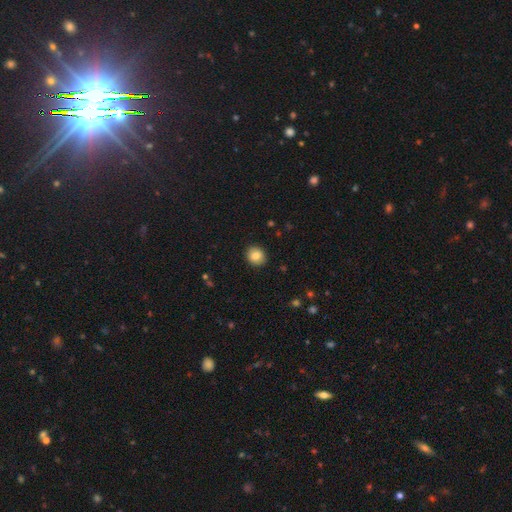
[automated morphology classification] The model was most divided on "how rounded": round: 80%, in between: 20%, cigar-shaped: 1%. More confident: merging — none (91%); smooth or featured — smooth (83%).